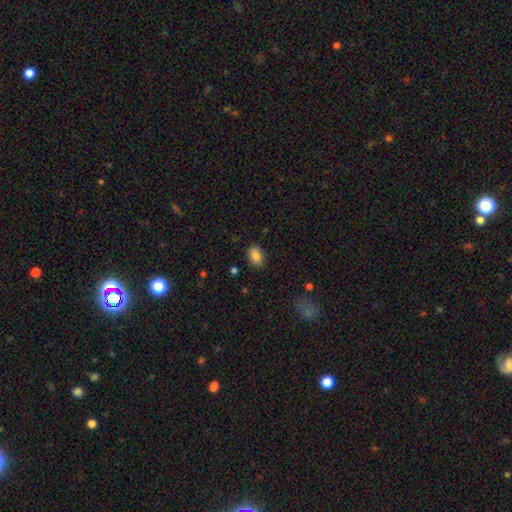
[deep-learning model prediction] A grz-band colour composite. It shows a smooth galaxy with no disk features (84%) that is in between round and cigar-shaped (81%). Merging: none (86%).